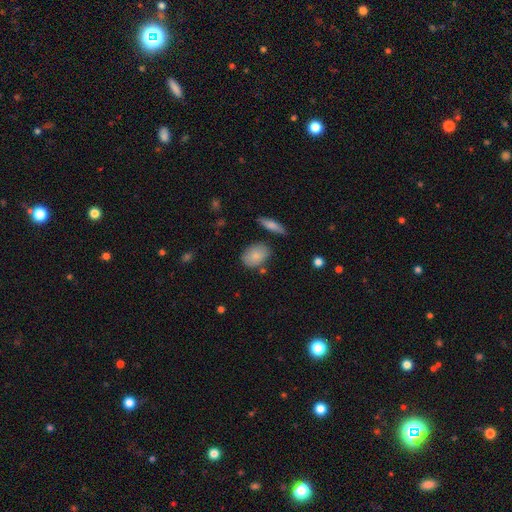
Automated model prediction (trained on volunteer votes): smooth-or-featured: smooth: 81% | featured or disk: 12% | star or artifact: 7%
  how-rounded: in between: 78% | round: 20% | cigar-shaped: 2%
  merging: none: 73% | minor disturbance: 17% | merger: 6% | major disturbance: 4%